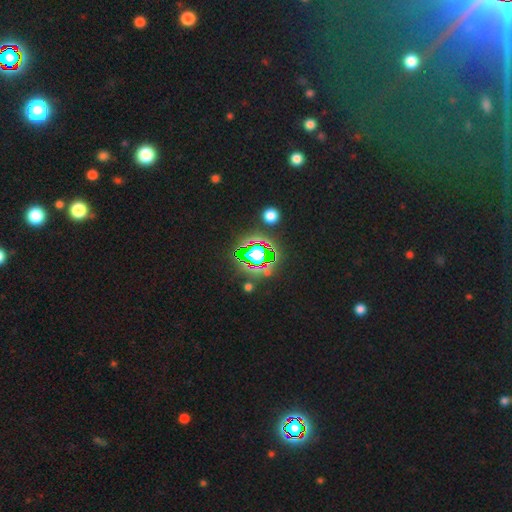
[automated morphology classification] type=star or artifact (70%).